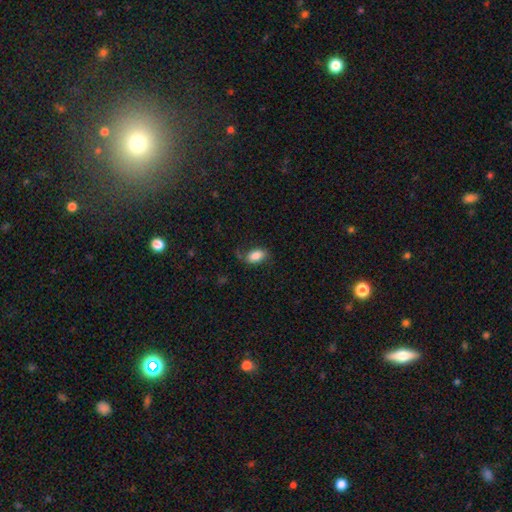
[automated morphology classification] Overall: smooth (83%). How rounded: in between (91%). Merging: none (64%).